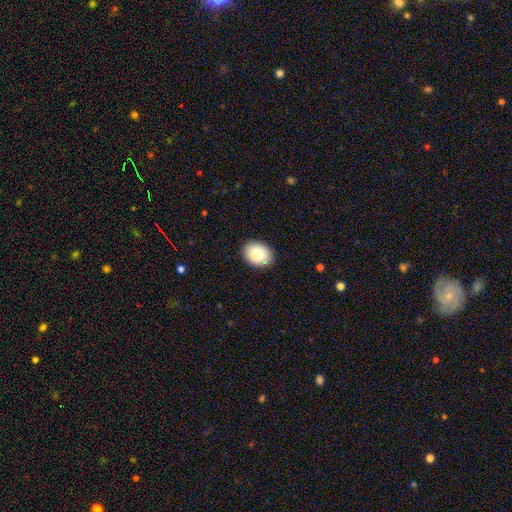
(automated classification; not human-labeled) Smooth or featured?
  - smooth: 81% *
  - featured or disk: 11%
  - star or artifact: 8%
How rounded?
  - in between: 69% *
  - round: 30%
  - cigar-shaped: 1%
Merging?
  - none: 89% *
  - minor disturbance: 8%
  - major disturbance: 2%
  - merger: 1%